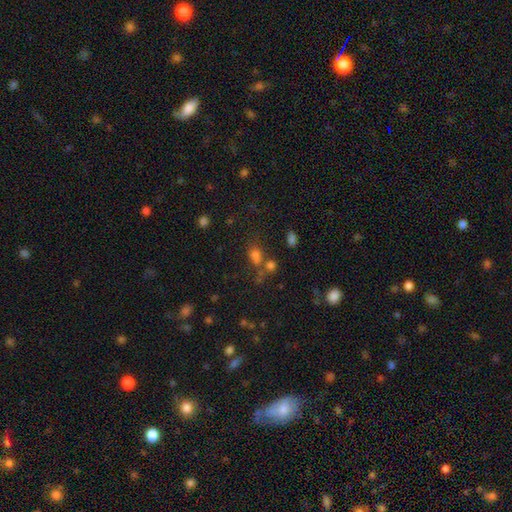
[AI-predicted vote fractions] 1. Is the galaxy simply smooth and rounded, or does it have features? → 63% smooth, 28% star or artifact, 10% featured or disk.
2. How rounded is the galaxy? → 54% round, 44% in between, 2% cigar-shaped.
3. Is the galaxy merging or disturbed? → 50% none, 30% merger, 12% minor disturbance, 8% major disturbance.